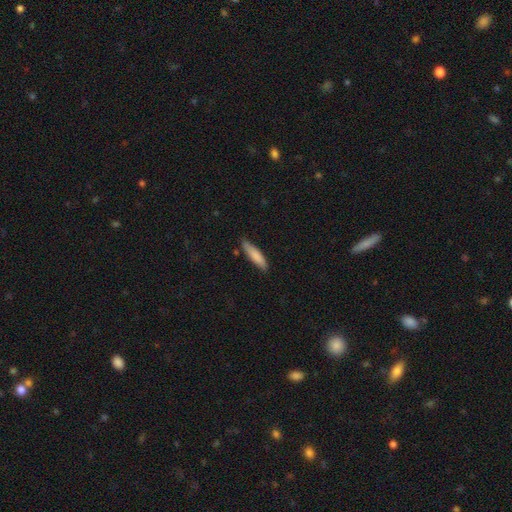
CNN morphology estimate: Smooth or featured?
  - smooth: 81% *
  - featured or disk: 13%
  - star or artifact: 6%
How rounded?
  - cigar-shaped: 80% *
  - in between: 18%
  - round: 1%
Merging?
  - none: 78% *
  - minor disturbance: 18%
  - major disturbance: 3%
  - merger: 2%